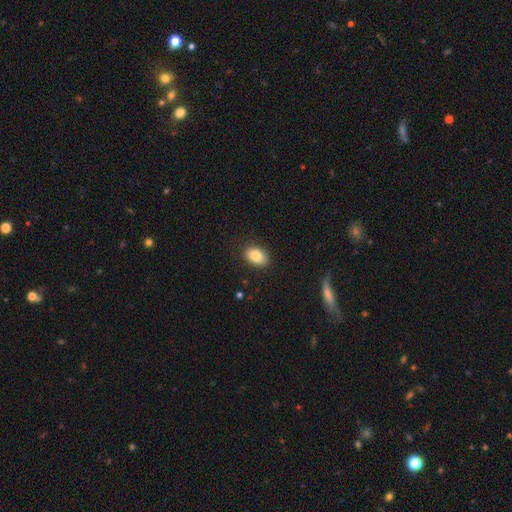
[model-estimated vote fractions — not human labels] Smooth or featured?
  - smooth: 85% *
  - star or artifact: 7%
  - featured or disk: 7%
How rounded?
  - in between: 88% *
  - round: 11%
  - cigar-shaped: 1%
Merging?
  - none: 87% *
  - minor disturbance: 9%
  - major disturbance: 2%
  - merger: 1%